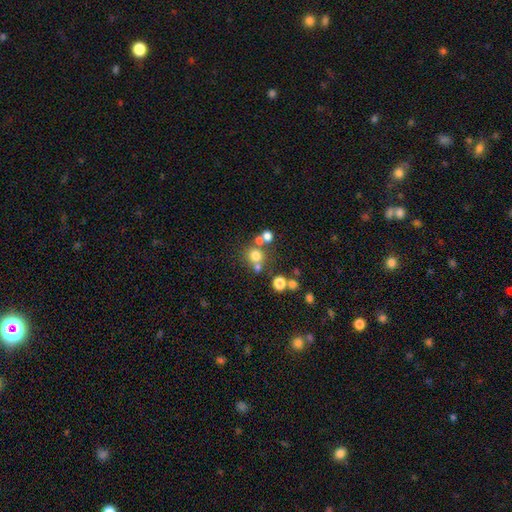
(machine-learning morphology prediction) A smooth galaxy with no disk features (70%) that is round (88%). Merging: none (63%).